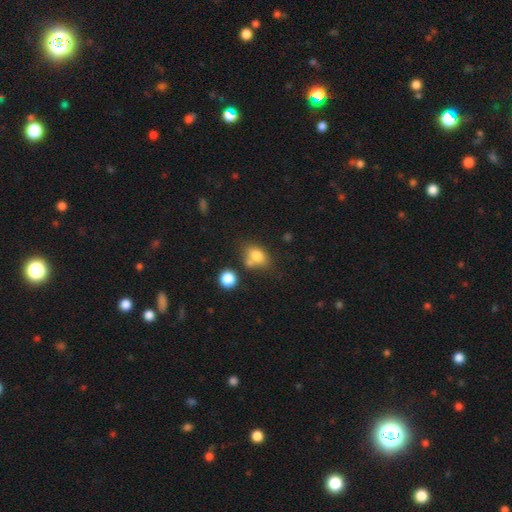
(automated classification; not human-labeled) Smooth or featured? smooth (78%)
How rounded? in between (72%)
Merging? none (52%)